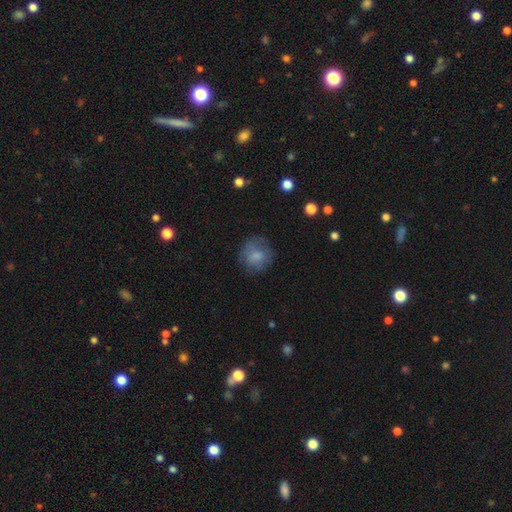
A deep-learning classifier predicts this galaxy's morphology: A smooth galaxy with no disk features (72%) that is round (83%).

Vote fractions:
- Smooth or featured? smooth: 72% / featured or disk: 19% / star or artifact: 10%
- How rounded? round: 83% / in between: 16% / cigar-shaped: 1%
- Merging? none: 67% / minor disturbance: 20% / major disturbance: 11% / merger: 2%